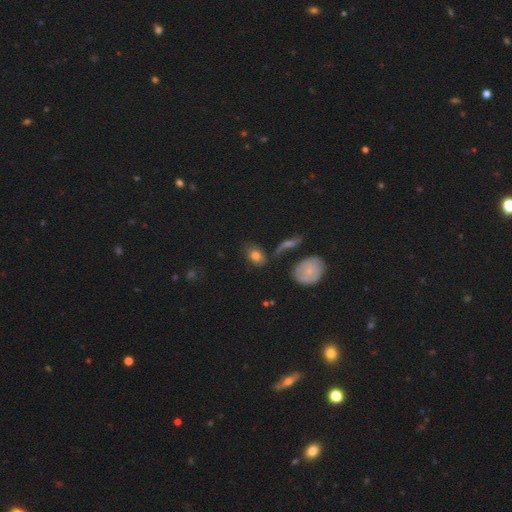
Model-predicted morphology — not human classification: A smooth galaxy with no disk features (75%) that is in between round and cigar-shaped (75%).

Vote fractions:
- Smooth or featured? smooth: 75% / featured or disk: 15% / star or artifact: 10%
- How rounded? in between: 75% / round: 23% / cigar-shaped: 2%
- Merging? none: 59% / minor disturbance: 21% / major disturbance: 10% / merger: 10%